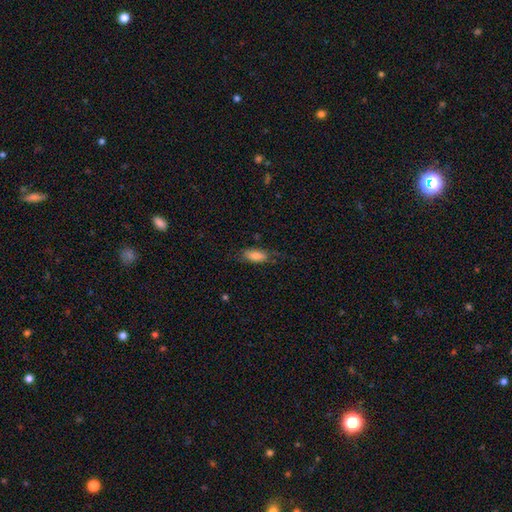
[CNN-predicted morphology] Q: Smooth or featured?
A: smooth (78%); runner-up: featured or disk (15%)
Q: How rounded?
A: in between (82%); runner-up: cigar-shaped (16%)
Q: Merging?
A: none (68%); runner-up: minor disturbance (23%)